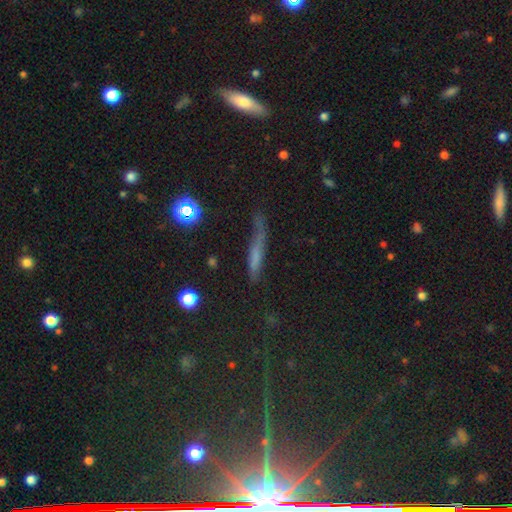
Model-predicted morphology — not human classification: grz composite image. It shows a smooth galaxy with no disk features (57%) that is cigar-shaped (86%). Merging: none (55%).